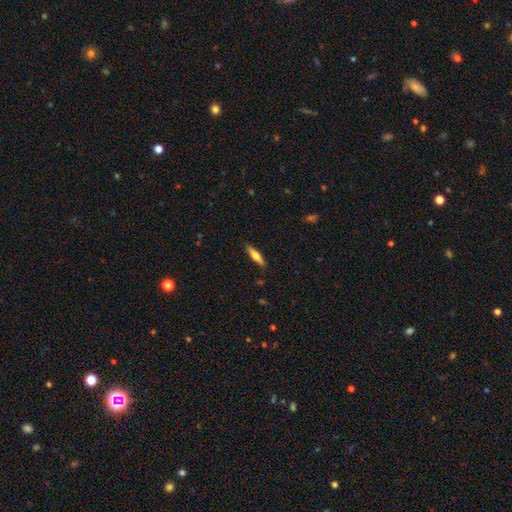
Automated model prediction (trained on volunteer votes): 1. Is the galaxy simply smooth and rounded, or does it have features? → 49% smooth, 45% featured or disk, 6% star or artifact.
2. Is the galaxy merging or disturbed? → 88% none, 9% minor disturbance, 2% major disturbance, 1% merger.